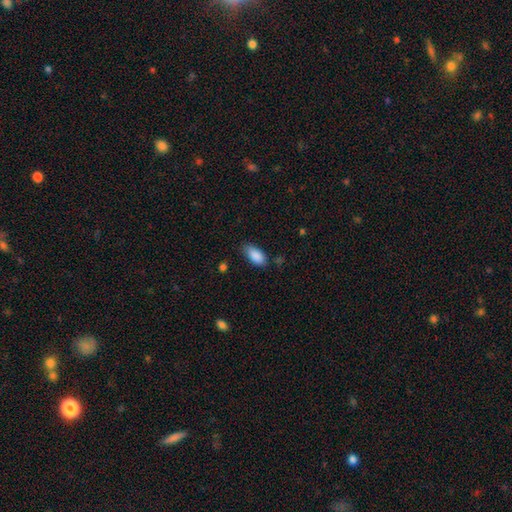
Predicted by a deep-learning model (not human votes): smooth-or-featured: smooth: 88% | star or artifact: 7% | featured or disk: 5%
  how-rounded: in between: 92% | cigar-shaped: 6% | round: 2%
  merging: none: 72% | minor disturbance: 22% | major disturbance: 4% | merger: 2%